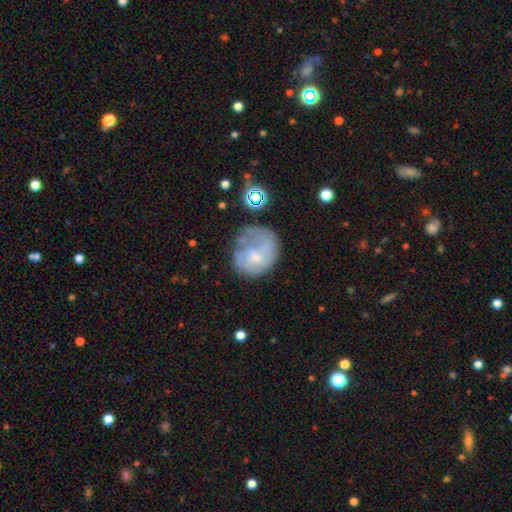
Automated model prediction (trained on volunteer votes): This appears to be a featured or disk galaxy (46%). Merging: none (38%).